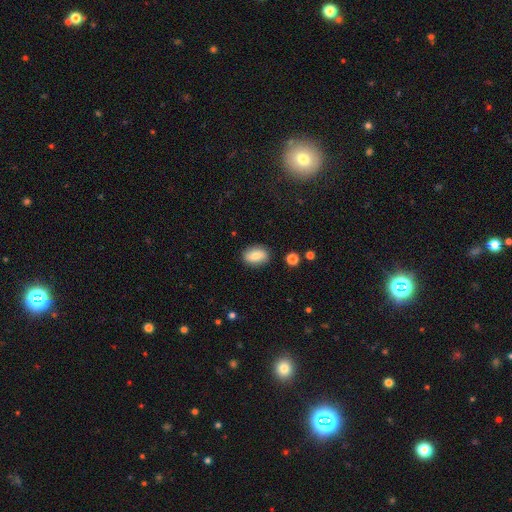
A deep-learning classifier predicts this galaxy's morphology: Q: Smooth or featured?
A: smooth (75%); runner-up: featured or disk (17%)
Q: How rounded?
A: in between (81%); runner-up: round (17%)
Q: Merging?
A: none (85%); runner-up: minor disturbance (11%)